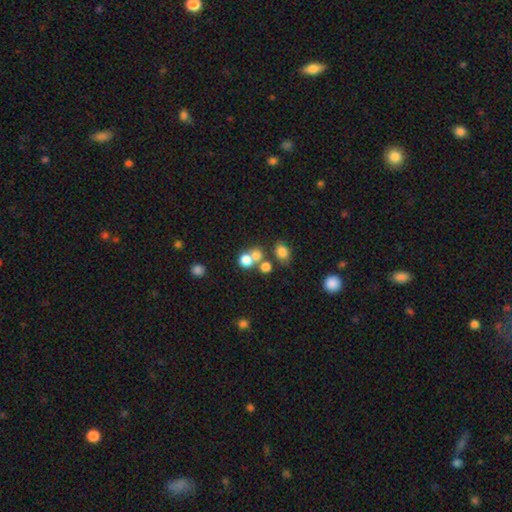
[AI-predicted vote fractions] Morphology: type=smooth (71%); roundness=round (80%); merging=none (44%).